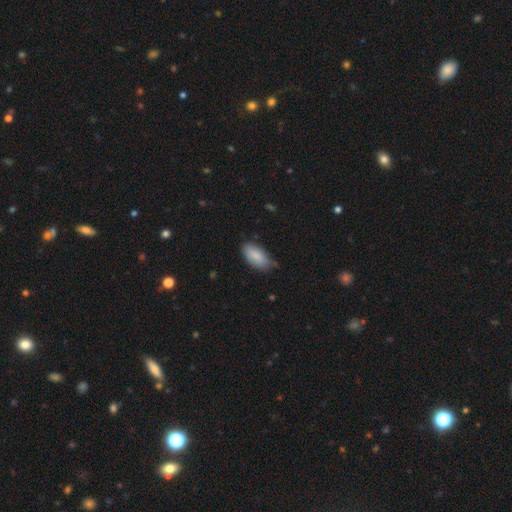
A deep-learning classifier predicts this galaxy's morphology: Smooth or featured? smooth (86%)
How rounded? in between (92%)
Merging? none (62%)